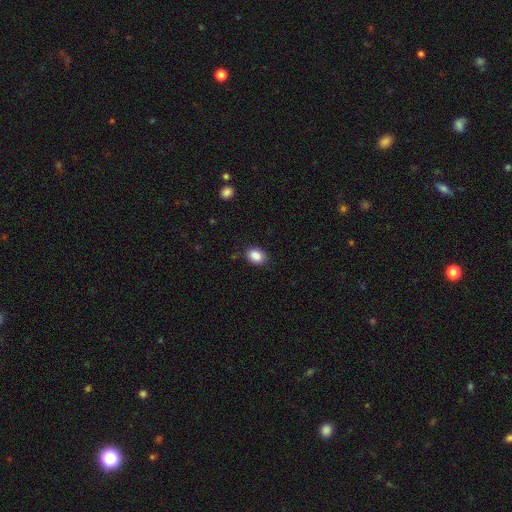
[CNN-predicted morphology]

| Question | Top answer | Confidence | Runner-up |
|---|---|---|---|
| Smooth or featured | smooth | 88% | star or artifact (8%) |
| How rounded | in between | 72% | round (26%) |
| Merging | none | 83% | minor disturbance (13%) |